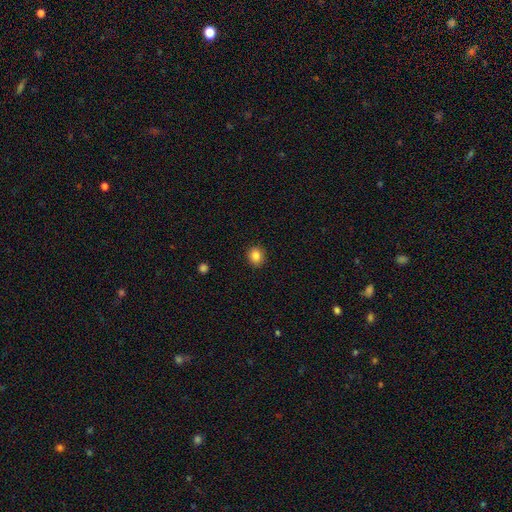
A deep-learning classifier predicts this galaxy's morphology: This appears to be a smooth galaxy with no disk features (85%) that is round (80%). Merging: none (91%).